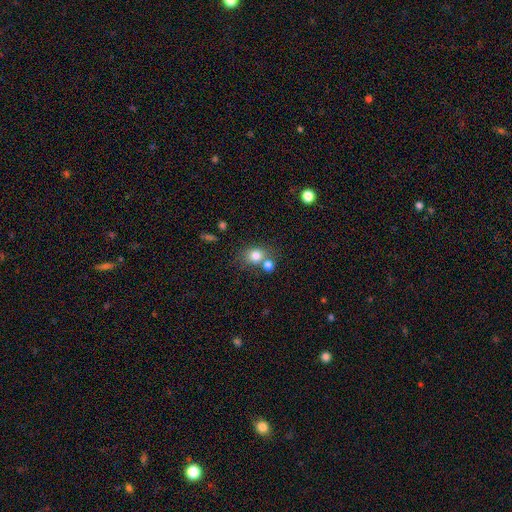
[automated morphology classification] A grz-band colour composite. It shows a smooth galaxy with no disk features (79%) that is round (64%). Merging: none (52%).